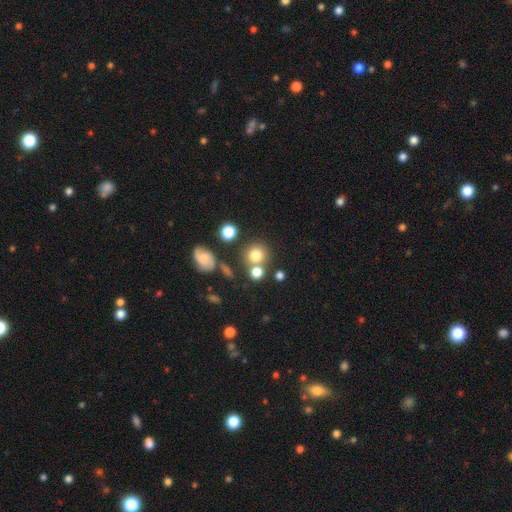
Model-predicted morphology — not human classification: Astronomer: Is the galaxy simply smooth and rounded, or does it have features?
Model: smooth — 76%.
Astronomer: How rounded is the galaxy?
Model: round — 84%.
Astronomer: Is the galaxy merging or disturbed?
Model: none — 63%.